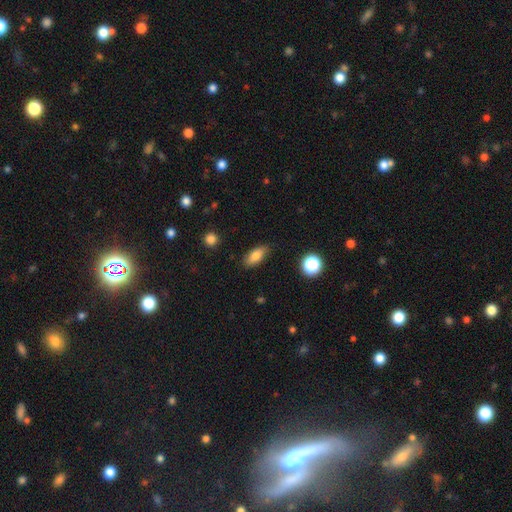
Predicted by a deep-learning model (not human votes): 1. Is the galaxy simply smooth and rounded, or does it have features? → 78% smooth, 13% featured or disk, 9% star or artifact.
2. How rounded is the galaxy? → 79% in between, 16% cigar-shaped, 5% round.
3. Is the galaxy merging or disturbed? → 83% none, 13% minor disturbance, 3% major disturbance, 2% merger.